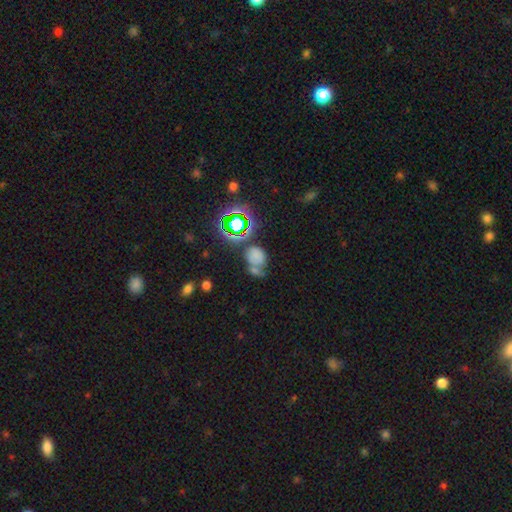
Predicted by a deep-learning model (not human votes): Morphology: type=smooth (62%); roundness=round (62%); merging=none (41%).